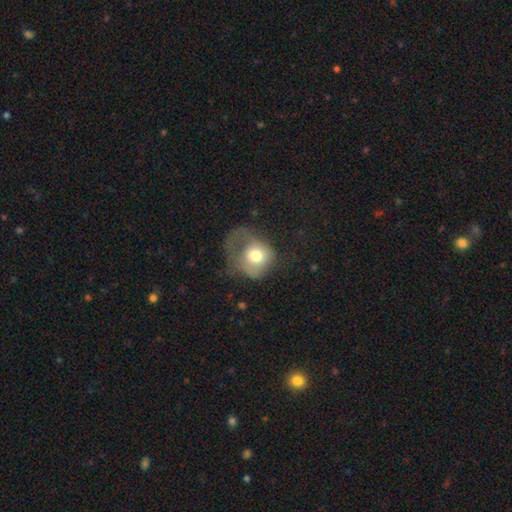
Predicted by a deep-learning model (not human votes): Smooth or featured? Predicted: smooth (p=0.64). How rounded? Predicted: round (p=0.64). Merging? Predicted: major disturbance (p=0.58).